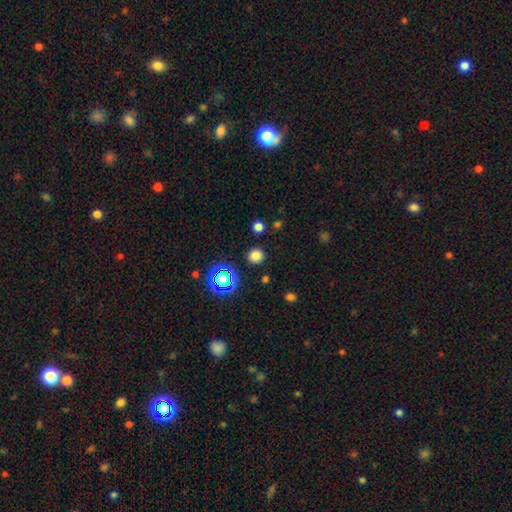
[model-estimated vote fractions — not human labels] Q: Smooth or featured?
A: smooth (76%); runner-up: star or artifact (19%)
Q: How rounded?
A: round (93%); runner-up: in between (6%)
Q: Merging?
A: none (90%); runner-up: minor disturbance (6%)